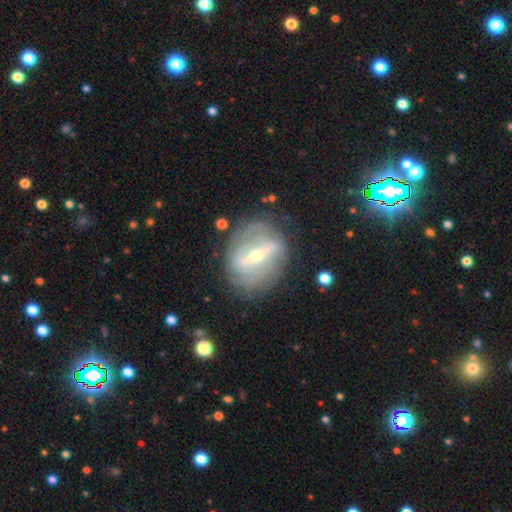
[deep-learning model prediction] Smooth or featured?
  - featured or disk: 83% *
  - smooth: 11%
  - star or artifact: 6%
Edge-on disk?
  - no: 92% *
  - yes: 8%
Bar?
  - strong: 68% *
  - weak: 23%
  - no: 8%
Spiral arms?
  - yes: 72% *
  - no: 28%
Spiral winding?
  - tight: 49% *
  - medium: 32%
  - loose: 19%
Spiral arm count?
  - 2: 45% *
  - can't tell: 34%
  - 3: 9%
  - 4: 5%
  - 1: 4%
  - more than 4: 3%
Bulge size?
  - small: 51% *
  - moderate: 45%
  - large: 2%
  - none: 1%
  - dominant: 1%
Merging?
  - none: 75% *
  - minor disturbance: 16%
  - major disturbance: 7%
  - merger: 2%